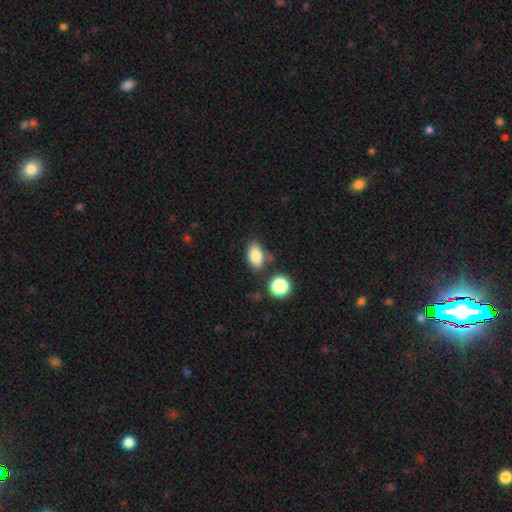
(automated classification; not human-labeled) Q: Smooth or featured?
A: smooth (83%); runner-up: star or artifact (10%)
Q: How rounded?
A: in between (87%); runner-up: round (10%)
Q: Merging?
A: none (70%); runner-up: minor disturbance (15%)